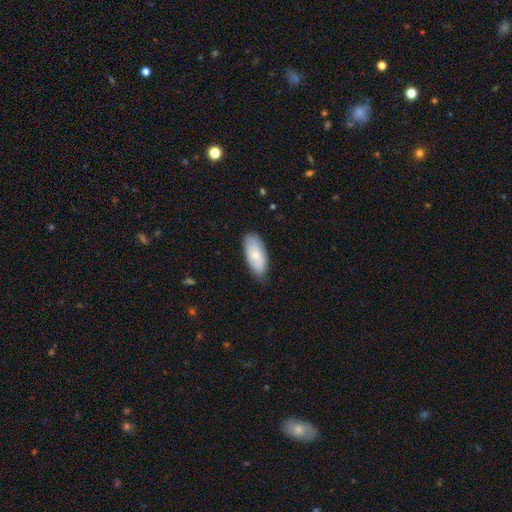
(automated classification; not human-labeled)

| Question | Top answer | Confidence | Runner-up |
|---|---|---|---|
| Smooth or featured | smooth | 71% | featured or disk (24%) |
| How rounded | in between | 90% | cigar-shaped (8%) |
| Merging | none | 75% | minor disturbance (21%) |